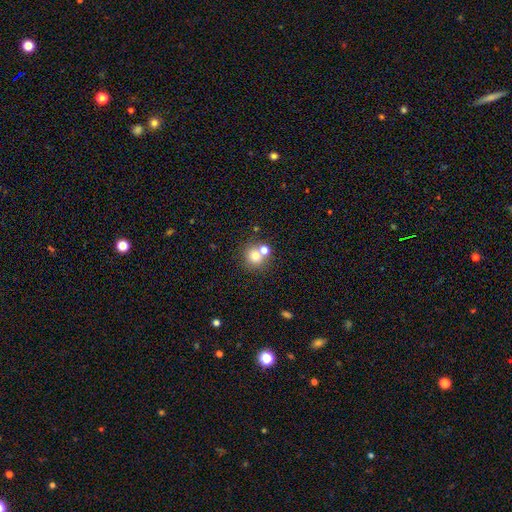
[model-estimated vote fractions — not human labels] This appears to be a smooth galaxy with no disk features (73%) that is round (87%). Merging: none (56%).